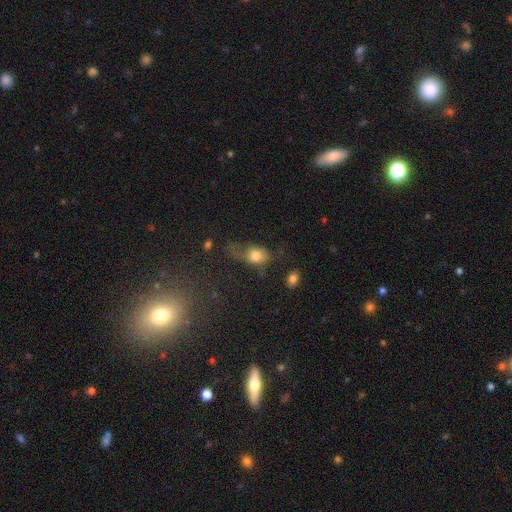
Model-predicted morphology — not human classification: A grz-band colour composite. It shows a smooth galaxy with no disk features (73%) that is in between round and cigar-shaped (60%). Merging: major disturbance (39%).